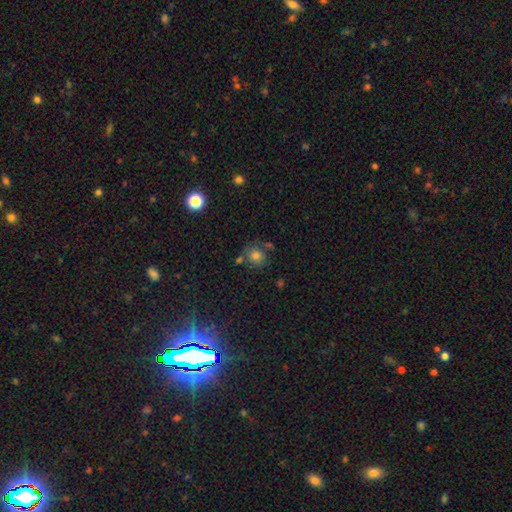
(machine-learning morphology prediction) Overall: smooth (76%). How rounded: round (83%). Merging: none (62%).